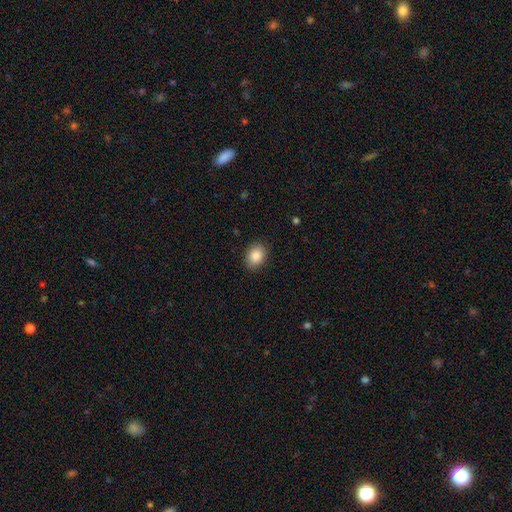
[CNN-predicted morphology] This is clearly a smooth galaxy (87%). How rounded: likely in between (65%). Merging: clearly none (88%).